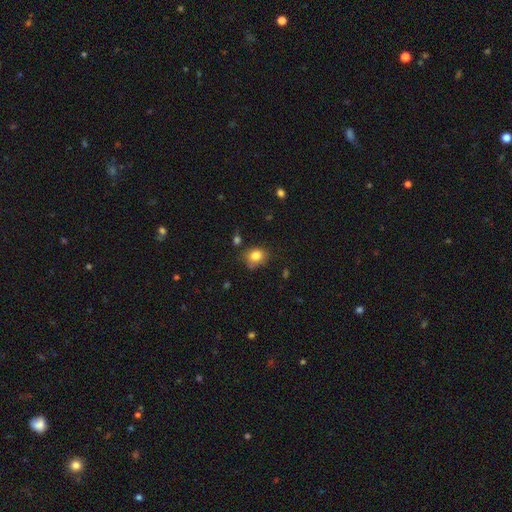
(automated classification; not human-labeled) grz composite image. It shows a smooth galaxy with no disk features (81%) that is round (55%). Merging: none (64%).